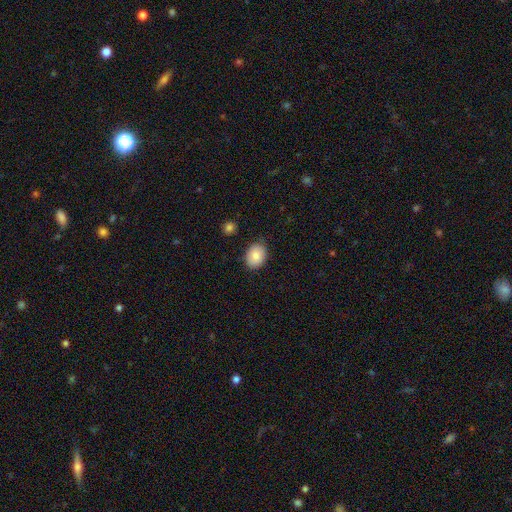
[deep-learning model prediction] smooth-or-featured: smooth: 85% | star or artifact: 8% | featured or disk: 7%
  how-rounded: in between: 67% | round: 32% | cigar-shaped: 1%
  merging: none: 84% | minor disturbance: 12% | major disturbance: 2% | merger: 2%